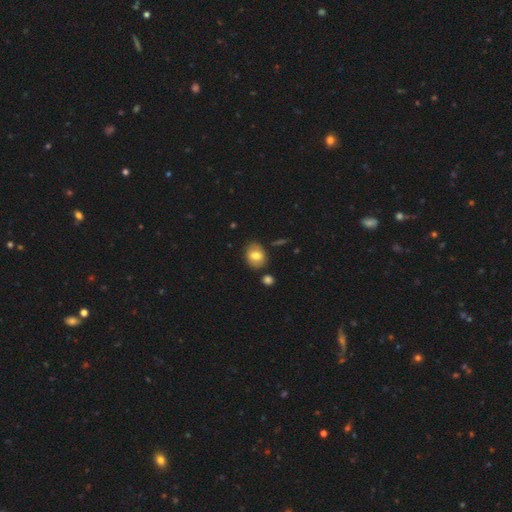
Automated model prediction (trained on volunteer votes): Morphology: type=smooth (72%); roundness=in between (51%); merging=none (80%).